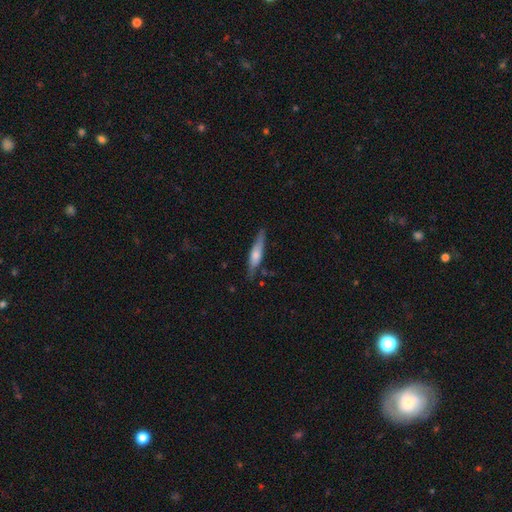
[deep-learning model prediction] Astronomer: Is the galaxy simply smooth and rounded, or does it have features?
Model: smooth — 52% (runner-up: featured or disk, 43%).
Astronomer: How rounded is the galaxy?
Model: cigar-shaped — 80%.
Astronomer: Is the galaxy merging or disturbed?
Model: none — 76%.